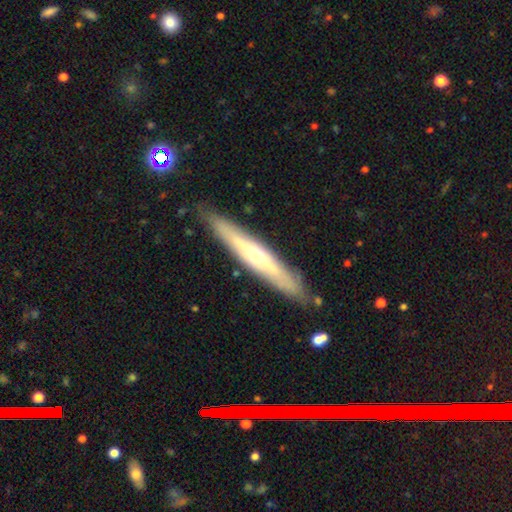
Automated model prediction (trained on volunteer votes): featured or disk 61%, smooth 33%, star or artifact 6%. Down the decision tree: edge-on disk — yes (83%); edge-on bulge — rounded (72%); merging — none (86%).